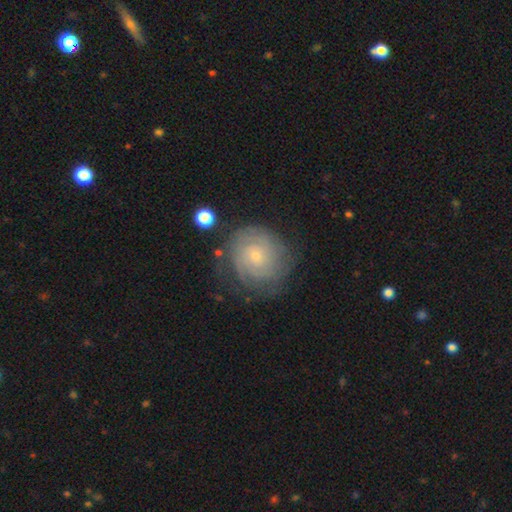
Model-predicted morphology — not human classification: Overall: featured or disk (73%). Edge-on disk: no (98%). Bar: no (77%). Spiral arms: yes (92%). Spiral arm count: can't tell (43%; 2 19%). Spiral winding: tight (76%). Bulge size: small (78%). Merging: none (70%).